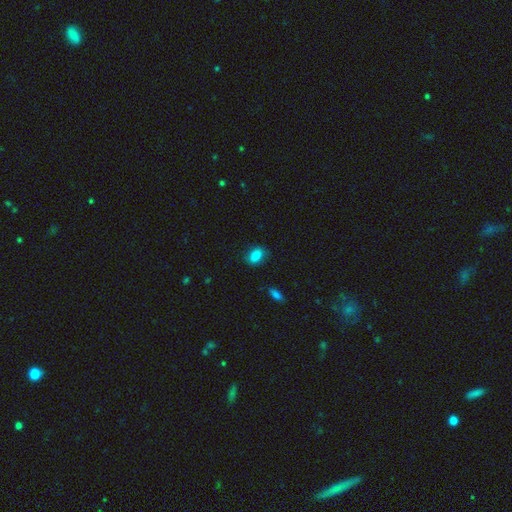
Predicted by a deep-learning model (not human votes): Smooth or featured?
  - smooth: 86% *
  - star or artifact: 9%
  - featured or disk: 6%
How rounded?
  - in between: 79% *
  - round: 19%
  - cigar-shaped: 2%
Merging?
  - none: 82% *
  - minor disturbance: 14%
  - major disturbance: 3%
  - merger: 1%